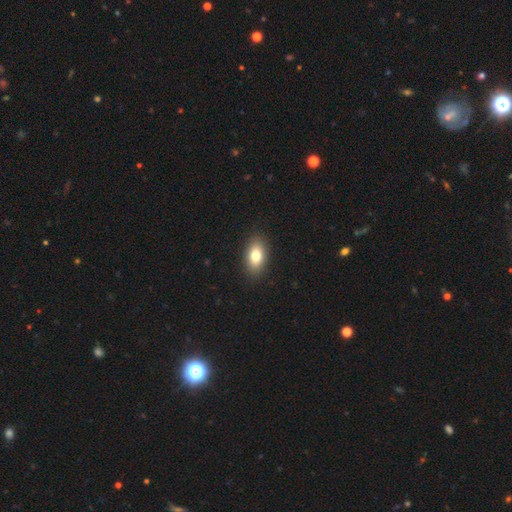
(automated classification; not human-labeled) smooth 79%, featured or disk 13%, star or artifact 8%. Down the decision tree: how rounded — in between (88%); merging — none (89%).